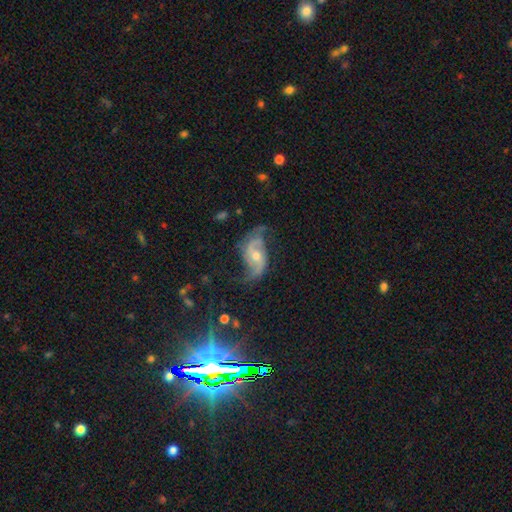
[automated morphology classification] Smooth or featured: featured or disk — 84% (star or artifact — 8%)
Edge-on disk: no — 96% (yes — 4%)
Bar: no — 55% (weak — 34%)
Spiral arms: yes — 95% (no — 5%)
Spiral winding: loose — 53% (medium — 35%)
Spiral arm count: 2 — 88% (can't tell — 5%)
Bulge size: moderate — 55% (small — 40%)
Merging: none — 65% (minor disturbance — 21%)